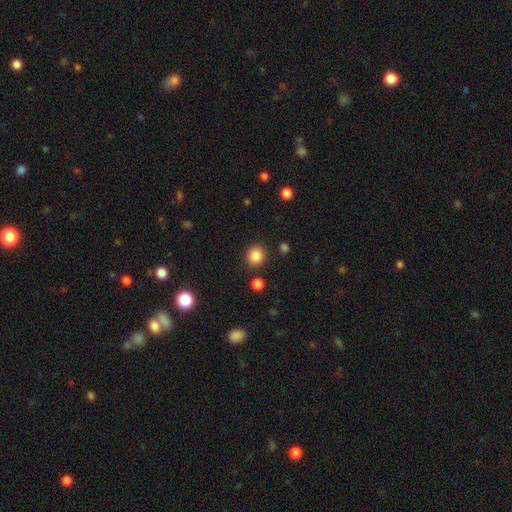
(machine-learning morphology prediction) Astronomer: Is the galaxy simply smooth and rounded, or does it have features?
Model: smooth — 85%.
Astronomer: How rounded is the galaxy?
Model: round — 82%.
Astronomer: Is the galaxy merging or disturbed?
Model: none — 86%.